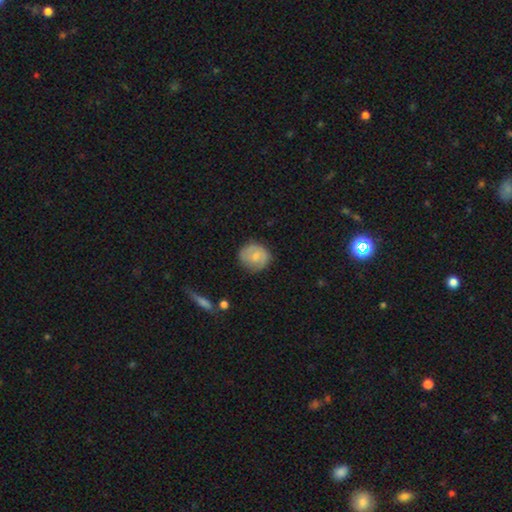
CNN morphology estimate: type=smooth (60%); roundness=round (82%); merging=none (75%).